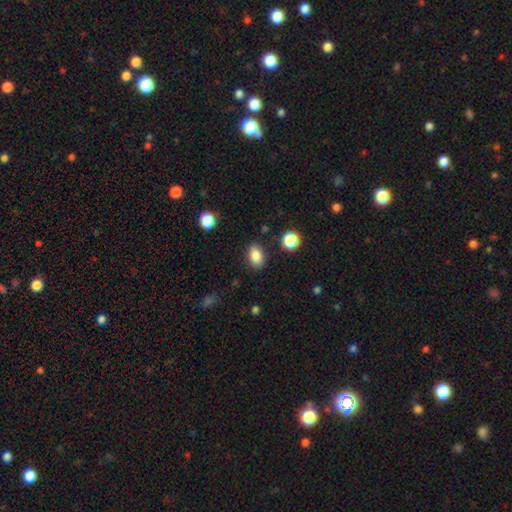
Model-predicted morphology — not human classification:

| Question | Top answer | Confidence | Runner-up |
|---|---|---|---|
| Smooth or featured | smooth | 84% | star or artifact (9%) |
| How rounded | in between | 85% | round (13%) |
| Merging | none | 85% | minor disturbance (10%) |